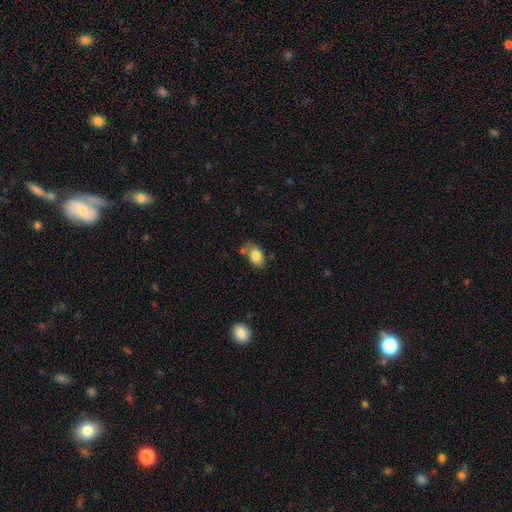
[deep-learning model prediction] The model was most divided on "merging": none: 56%, minor disturbance: 24%, merger: 13%, major disturbance: 7%. More confident: how rounded — in between (88%); smooth or featured — smooth (80%).